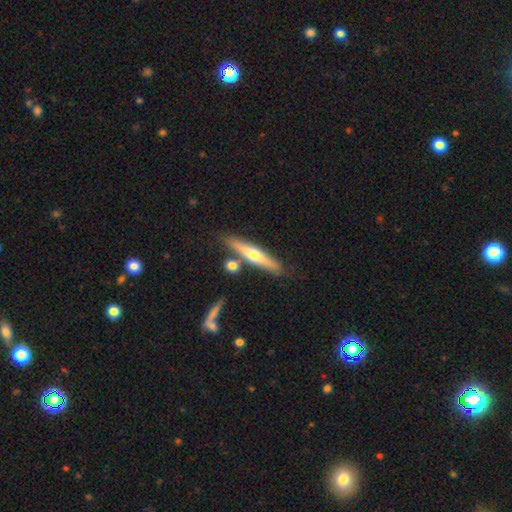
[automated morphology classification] Smooth or featured: featured or disk — 49% (smooth — 45%)
Merging: none — 77% (minor disturbance — 11%)